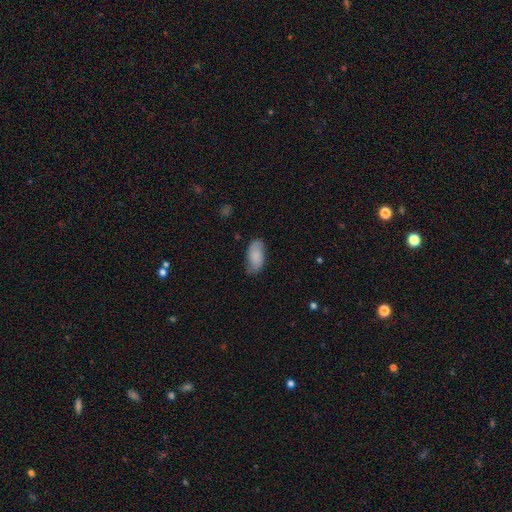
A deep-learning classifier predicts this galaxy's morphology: Smooth or featured? Predicted: smooth (p=0.74). How rounded? Predicted: in between (p=0.94). Merging? Predicted: none (p=0.69).